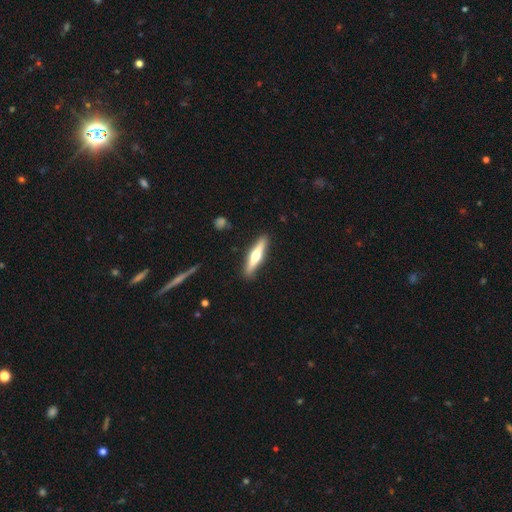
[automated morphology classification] featured or disk 54%, smooth 41%, star or artifact 5%. Down the decision tree: edge-on disk — yes (95%); edge-on bulge — rounded (92%); merging — none (90%).